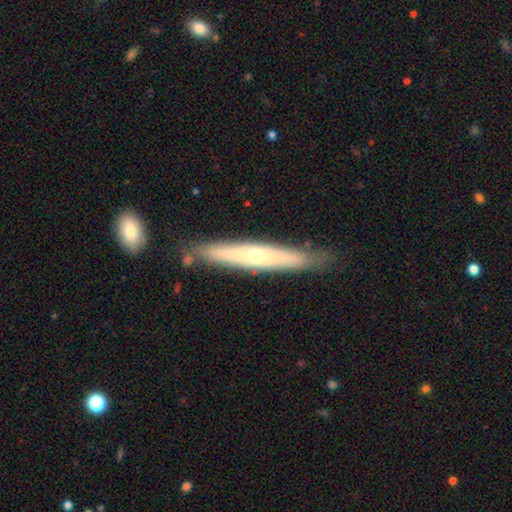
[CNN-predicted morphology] Q: Smooth or featured?
A: featured or disk (56%); runner-up: smooth (38%)
Q: Edge-on disk?
A: yes (83%); runner-up: no (17%)
Q: Merging?
A: none (82%); runner-up: minor disturbance (12%)